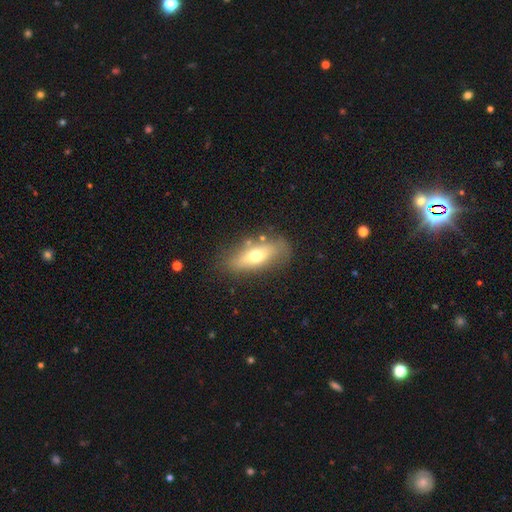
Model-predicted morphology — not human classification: Smooth or featured?
  - smooth: 56% *
  - featured or disk: 36%
  - star or artifact: 8%
How rounded?
  - in between: 66% *
  - cigar-shaped: 29%
  - round: 5%
Merging?
  - none: 73% *
  - minor disturbance: 17%
  - major disturbance: 6%
  - merger: 4%